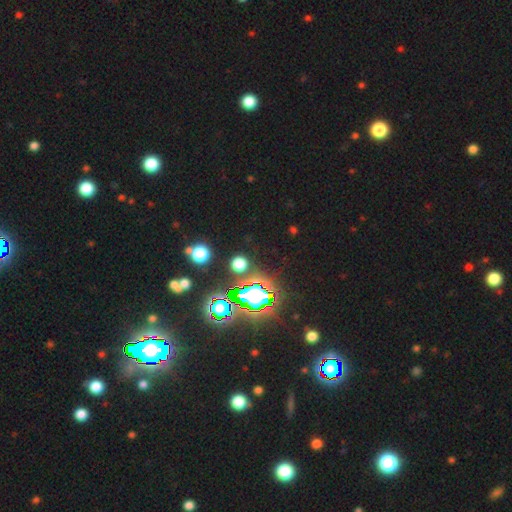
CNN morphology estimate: smooth-or-featured: star or artifact: 78% | smooth: 14% | featured or disk: 8%